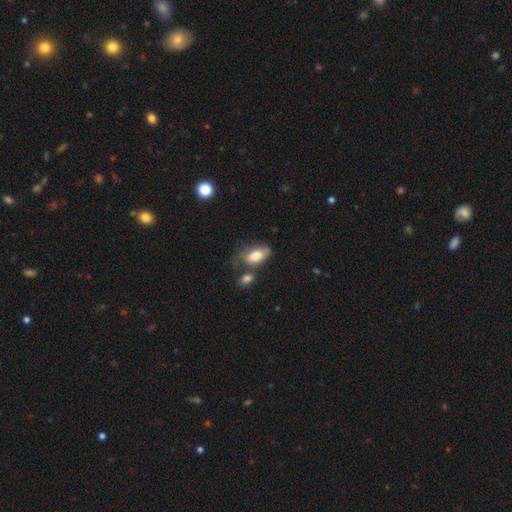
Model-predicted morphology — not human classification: Smooth or featured: smooth — 77% (featured or disk — 16%)
How rounded: in between — 91% (round — 5%)
Merging: none — 39% (minor disturbance — 27%)